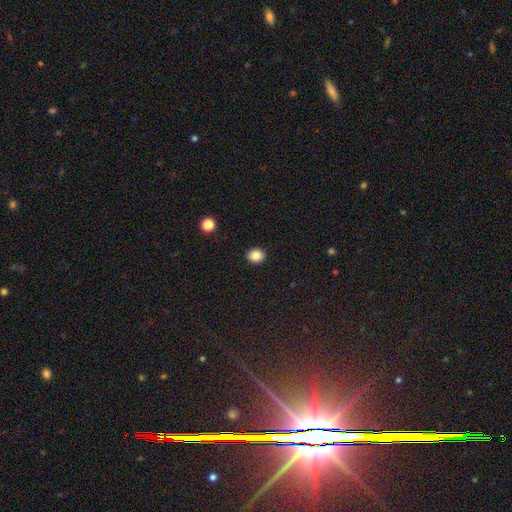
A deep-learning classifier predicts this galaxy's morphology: A smooth galaxy with no disk features (86%) that is round (71%).

Vote fractions:
- Smooth or featured? smooth: 86% / star or artifact: 10% / featured or disk: 4%
- How rounded? round: 71% / in between: 28% / cigar-shaped: 1%
- Merging? none: 92% / minor disturbance: 5% / major disturbance: 2% / merger: 1%